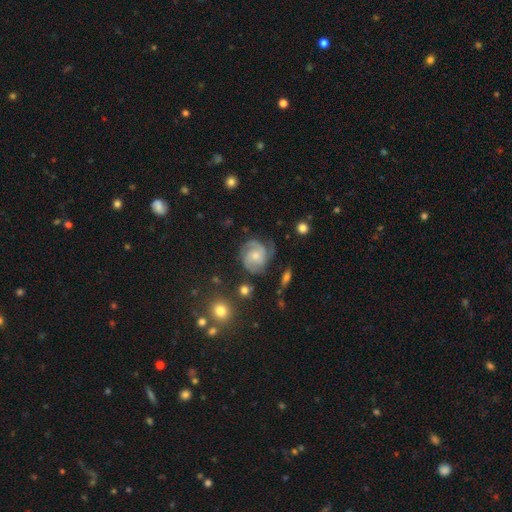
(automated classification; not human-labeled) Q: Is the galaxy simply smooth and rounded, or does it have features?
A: featured or disk — 75%.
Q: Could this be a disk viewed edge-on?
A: no — 98%.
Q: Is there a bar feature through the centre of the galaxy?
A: no — 65%.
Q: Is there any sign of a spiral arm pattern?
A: yes — 94%.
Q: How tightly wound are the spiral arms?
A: tight — 46%.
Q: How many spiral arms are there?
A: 3 — 34%.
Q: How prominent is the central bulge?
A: small — 47%.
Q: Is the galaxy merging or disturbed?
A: none — 64%.